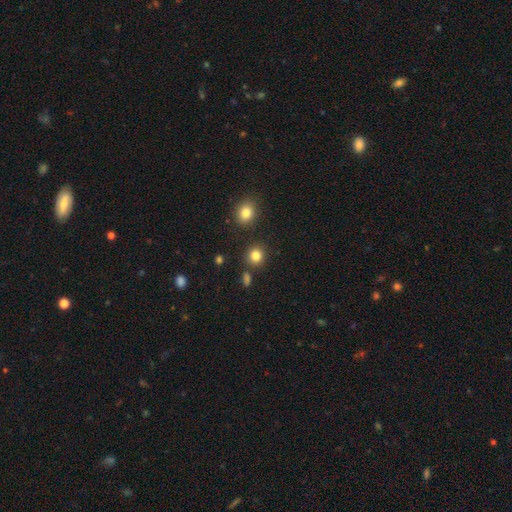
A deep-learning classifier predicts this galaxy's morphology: Overall: smooth (83%). How rounded: round (85%). Merging: none (85%).